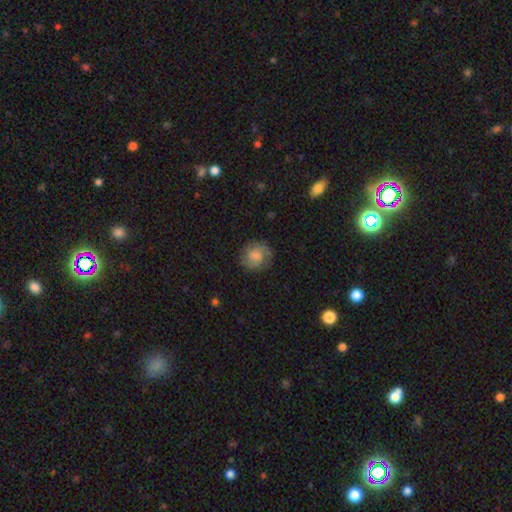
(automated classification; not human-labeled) Q: Smooth or featured?
A: smooth (53%); runner-up: featured or disk (38%)
Q: How rounded?
A: round (78%); runner-up: in between (21%)
Q: Merging?
A: none (73%); runner-up: minor disturbance (18%)